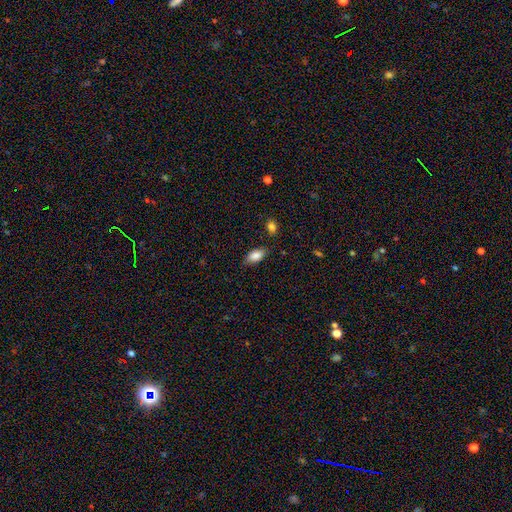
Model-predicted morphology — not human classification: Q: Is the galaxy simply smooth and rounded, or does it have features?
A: smooth — 85%.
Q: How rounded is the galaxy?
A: in between — 90%.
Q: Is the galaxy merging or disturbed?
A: none — 76%.